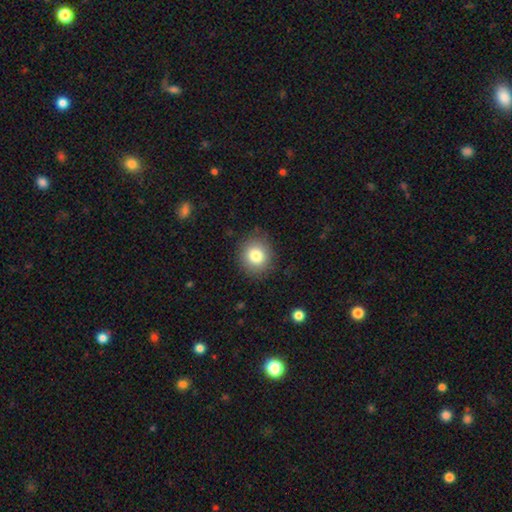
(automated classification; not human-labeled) Smooth or featured?
  - smooth: 81% *
  - star or artifact: 10%
  - featured or disk: 9%
How rounded?
  - round: 81% *
  - in between: 18%
  - cigar-shaped: 1%
Merging?
  - none: 86% *
  - minor disturbance: 9%
  - major disturbance: 3%
  - merger: 1%